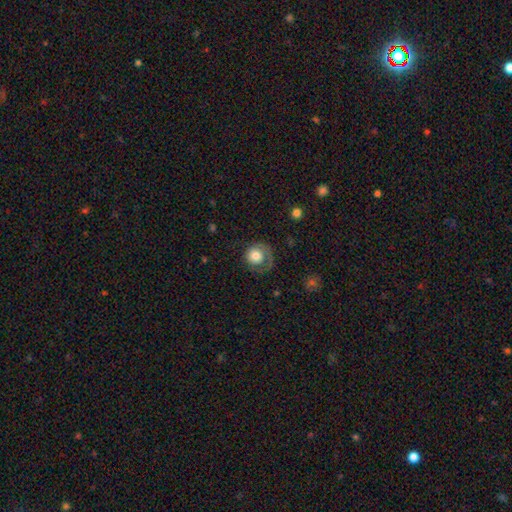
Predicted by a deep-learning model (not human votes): This appears to be a smooth galaxy with no disk features (64%) that is round (87%). Merging: none (52%).